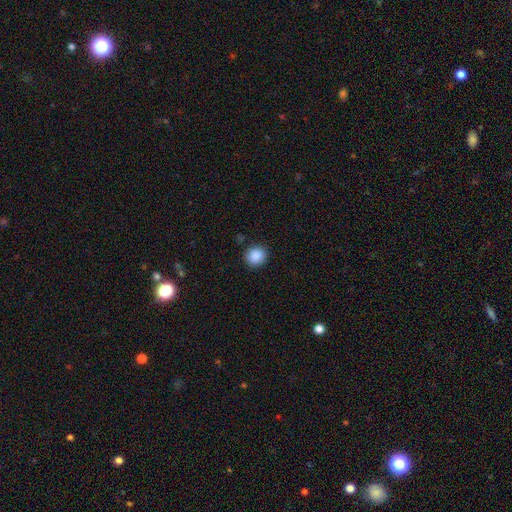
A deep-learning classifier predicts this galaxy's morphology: A smooth galaxy with no disk features (88%) that is round (87%).

Vote fractions:
- Smooth or featured? smooth: 88% / star or artifact: 9% / featured or disk: 3%
- How rounded? round: 87% / in between: 12% / cigar-shaped: 1%
- Merging? none: 89% / minor disturbance: 8% / major disturbance: 2% / merger: 1%